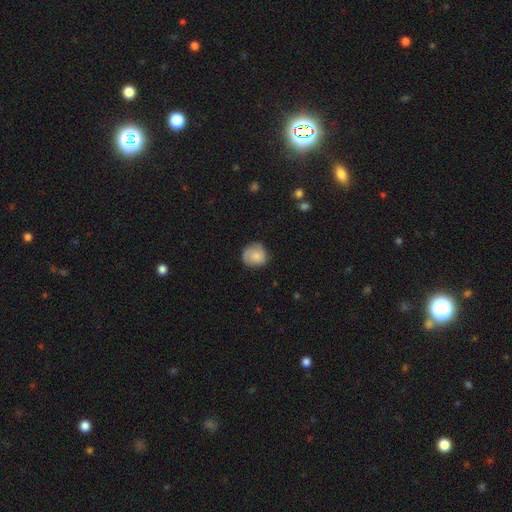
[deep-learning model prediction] Smooth or featured: smooth — 73% (featured or disk — 20%)
How rounded: round — 85% (in between — 14%)
Merging: none — 71% (minor disturbance — 22%)